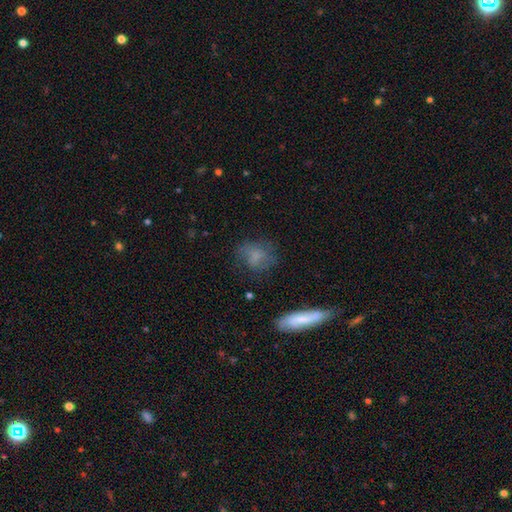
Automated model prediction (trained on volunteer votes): A smooth galaxy with no disk features (67%) that is round (49%). Merging: none (60%).